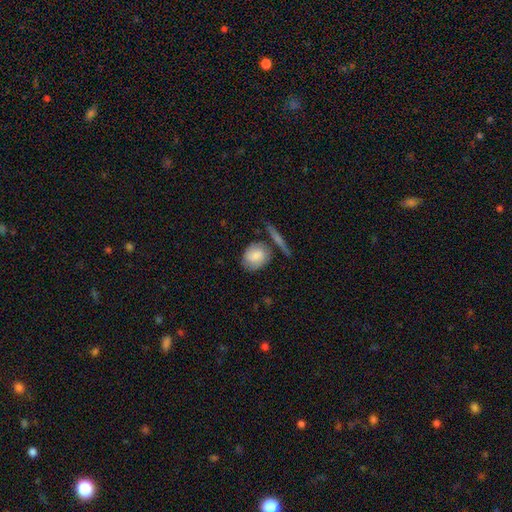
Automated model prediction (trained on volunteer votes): smooth 77%, featured or disk 17%, star or artifact 6%. Down the decision tree: how rounded — round (55%); merging — none (61%).